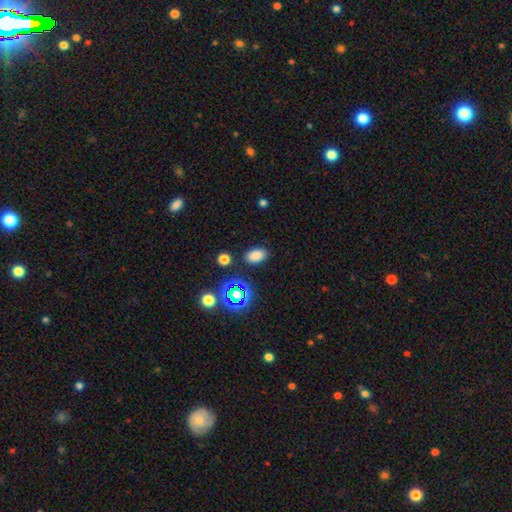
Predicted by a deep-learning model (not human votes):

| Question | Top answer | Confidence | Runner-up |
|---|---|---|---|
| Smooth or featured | smooth | 77% | star or artifact (17%) |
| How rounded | in between | 90% | round (8%) |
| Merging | none | 86% | minor disturbance (9%) |